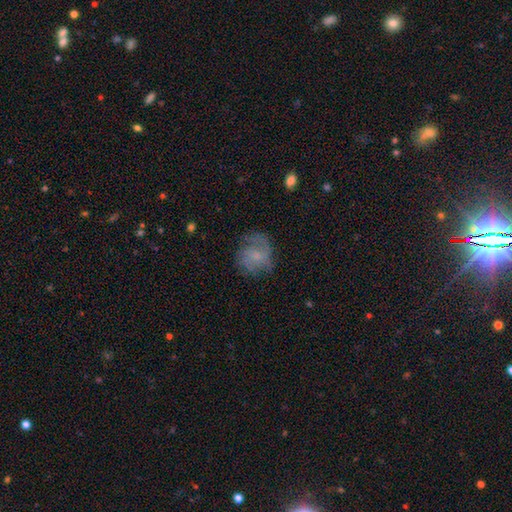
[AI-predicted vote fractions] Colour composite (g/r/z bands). It shows a featured or disk galaxy (52%) with no bar (68%), spiral arms (82%) and a small central bulge (57%). Merging: none (59%).